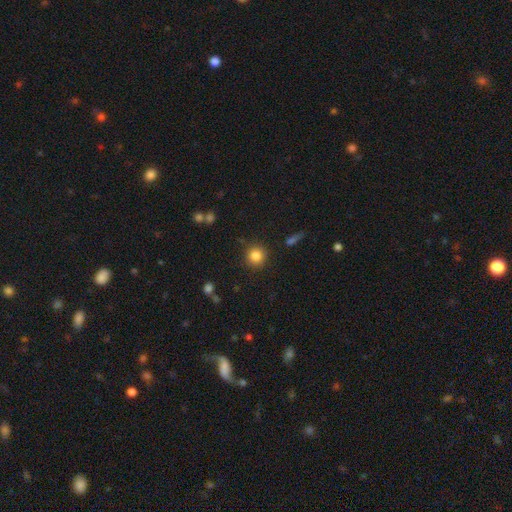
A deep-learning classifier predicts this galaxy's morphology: A smooth galaxy with no disk features (84%) that is round (93%).

Vote fractions:
- Smooth or featured? smooth: 84% / star or artifact: 11% / featured or disk: 6%
- How rounded? round: 93% / in between: 6% / cigar-shaped: 1%
- Merging? none: 88% / minor disturbance: 7% / major disturbance: 3% / merger: 2%